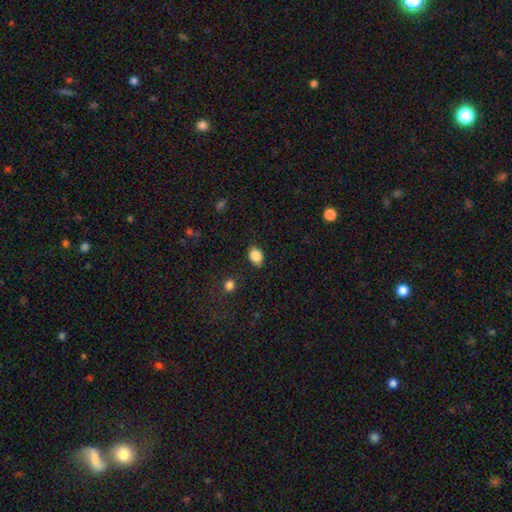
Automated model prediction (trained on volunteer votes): Smooth or featured? Predicted: smooth (p=0.86). How rounded? Predicted: in between (p=0.73). Merging? Predicted: none (p=0.83).